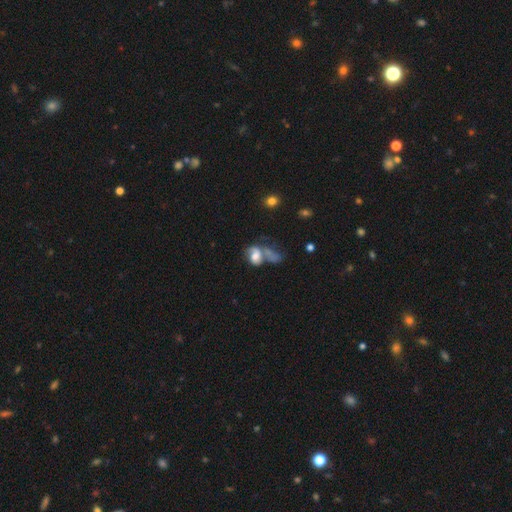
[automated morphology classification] smooth 51%, featured or disk 38%, star or artifact 11%. Down the decision tree: how rounded — in between (73%); merging — merger (48%).